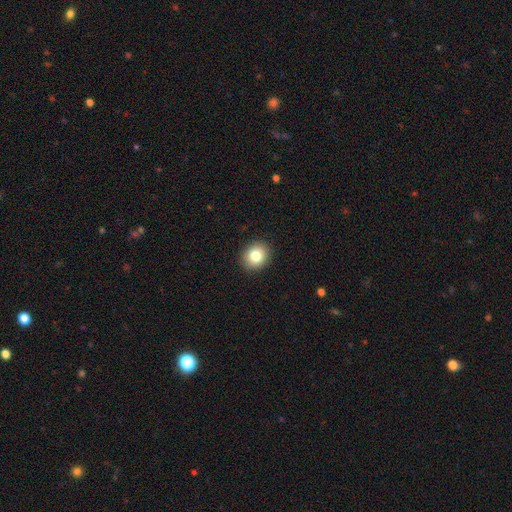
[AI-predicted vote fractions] Overall: smooth (82%). How rounded: round (72%). Merging: none (91%).